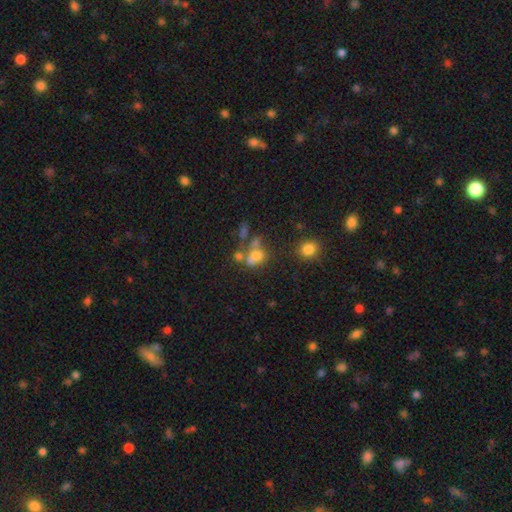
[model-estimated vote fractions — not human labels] Morphology: type=smooth (62%); roundness=in between (54%); merging=merger (44%).